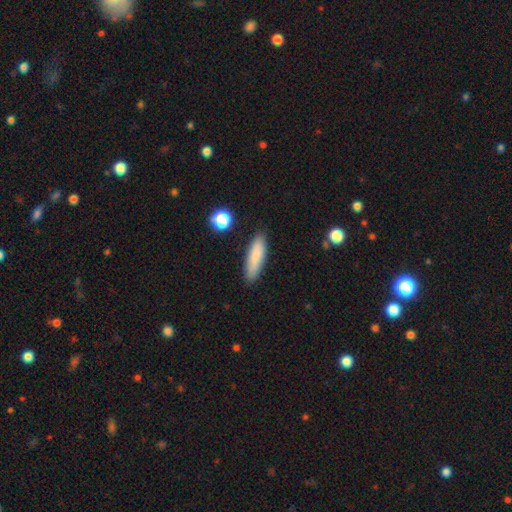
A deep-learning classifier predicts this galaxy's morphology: Smooth or featured? Predicted: smooth (p=0.84). How rounded? Predicted: cigar-shaped (p=0.69). Merging? Predicted: none (p=0.87).